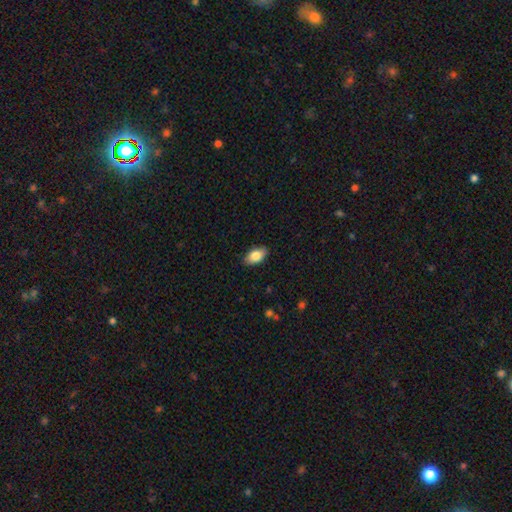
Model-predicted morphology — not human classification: type=smooth (83%); roundness=in between (92%); merging=none (86%).